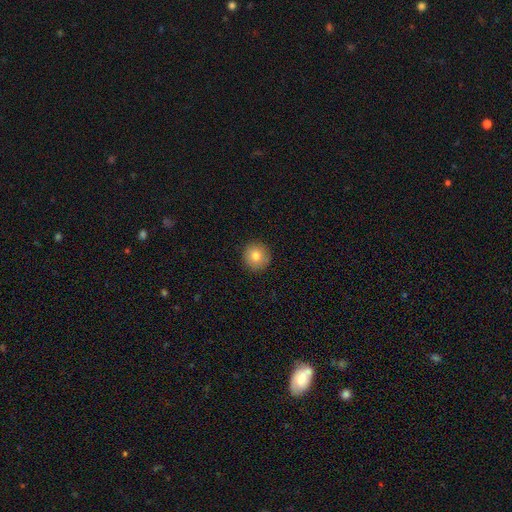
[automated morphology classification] Q: Smooth or featured?
A: smooth (81%); runner-up: featured or disk (10%)
Q: How rounded?
A: round (94%); runner-up: in between (5%)
Q: Merging?
A: none (90%); runner-up: minor disturbance (7%)